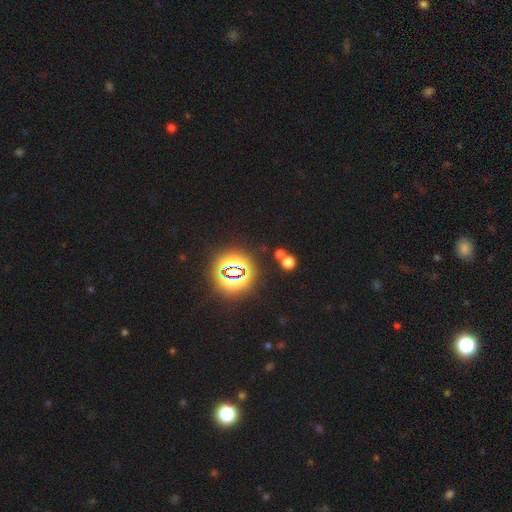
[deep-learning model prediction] smooth_or_featured: star or artifact (p=0.79) [alt: smooth p=0.16]